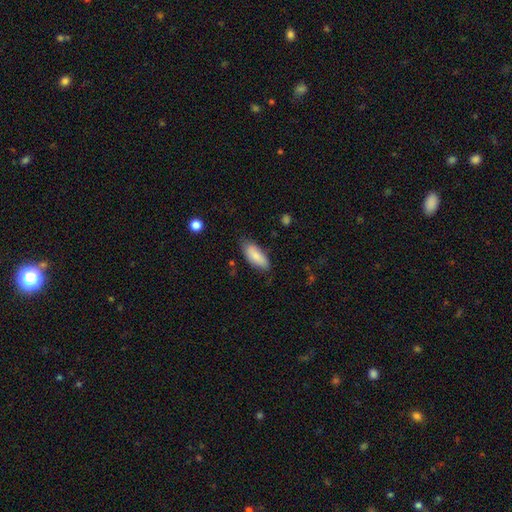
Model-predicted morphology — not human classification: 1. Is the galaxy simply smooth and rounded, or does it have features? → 80% smooth, 14% featured or disk, 6% star or artifact.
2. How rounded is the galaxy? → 81% in between, 17% cigar-shaped, 2% round.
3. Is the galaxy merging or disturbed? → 75% none, 20% minor disturbance, 4% major disturbance, 2% merger.